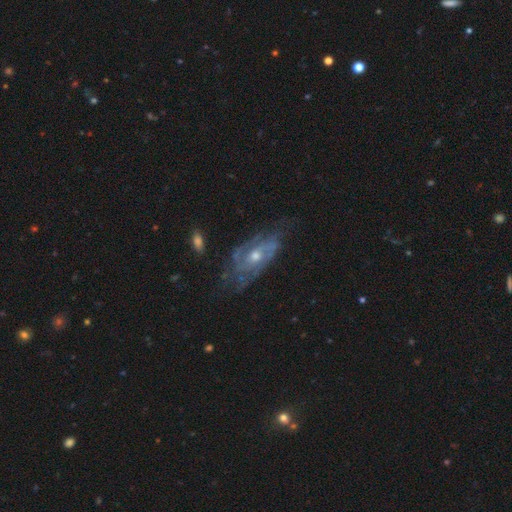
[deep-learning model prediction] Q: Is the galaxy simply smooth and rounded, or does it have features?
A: featured or disk — 82%.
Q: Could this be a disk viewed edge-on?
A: no — 91%.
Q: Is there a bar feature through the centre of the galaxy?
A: no — 68%.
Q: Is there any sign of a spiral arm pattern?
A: yes — 87%.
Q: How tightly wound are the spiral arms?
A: tight — 48%.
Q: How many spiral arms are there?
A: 2 — 42%.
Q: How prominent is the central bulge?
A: moderate — 62%.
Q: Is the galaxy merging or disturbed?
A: none — 60%.